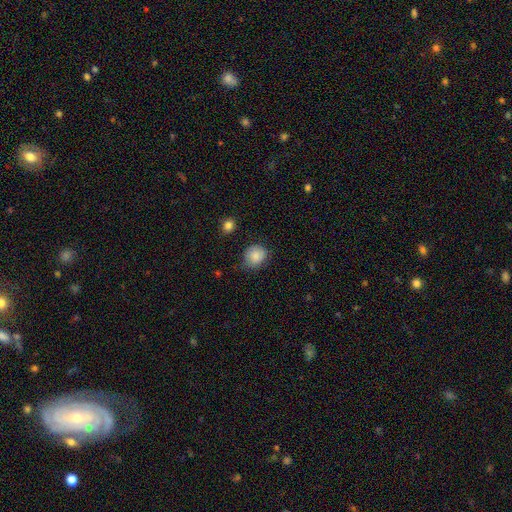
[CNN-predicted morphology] This appears to be a smooth galaxy with no disk features (85%) that is round (75%). Merging: none (69%).